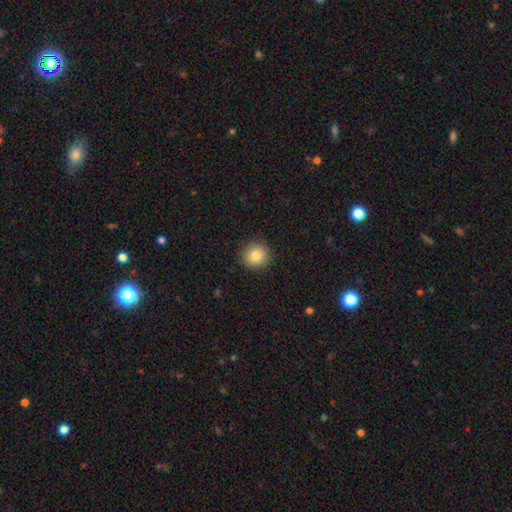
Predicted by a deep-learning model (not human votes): Smooth or featured? smooth (82%)
How rounded? round (90%)
Merging? none (91%)